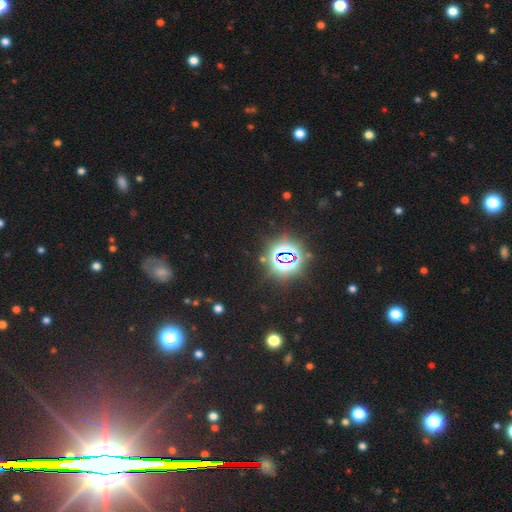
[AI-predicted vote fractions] Smooth or featured? Predicted: star or artifact (p=0.76).